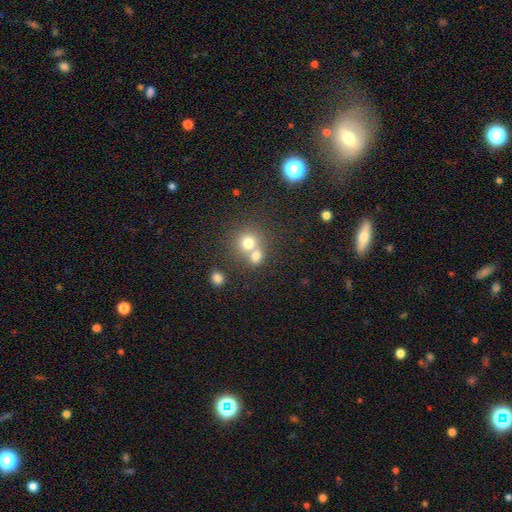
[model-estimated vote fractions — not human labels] Smooth or featured: smooth — 73% (star or artifact — 14%)
How rounded: round — 79% (in between — 20%)
Merging: merger — 54% (none — 37%)